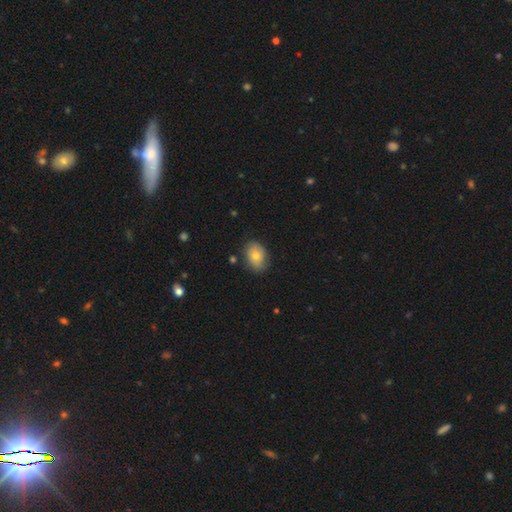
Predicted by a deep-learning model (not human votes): Smooth or featured?
  - smooth: 71% *
  - featured or disk: 22%
  - star or artifact: 8%
How rounded?
  - in between: 72% *
  - round: 27%
  - cigar-shaped: 1%
Merging?
  - none: 78% *
  - minor disturbance: 17%
  - major disturbance: 3%
  - merger: 2%